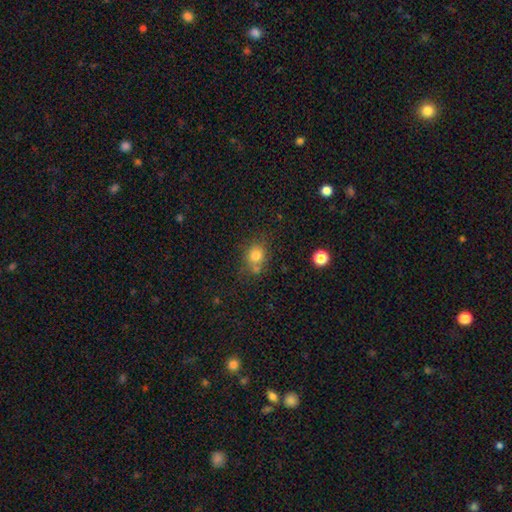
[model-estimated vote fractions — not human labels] Smooth or featured?
  - smooth: 78% *
  - star or artifact: 13%
  - featured or disk: 9%
How rounded?
  - round: 70% *
  - in between: 29%
  - cigar-shaped: 1%
Merging?
  - none: 59% *
  - merger: 19%
  - minor disturbance: 16%
  - major disturbance: 6%